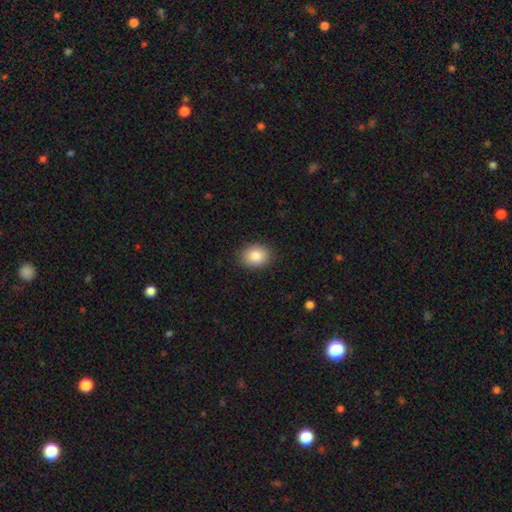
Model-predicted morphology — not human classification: smooth-or-featured: smooth: 85% | star or artifact: 8% | featured or disk: 6%
  how-rounded: round: 57% | in between: 42% | cigar-shaped: 1%
  merging: none: 88% | minor disturbance: 8% | major disturbance: 2% | merger: 1%